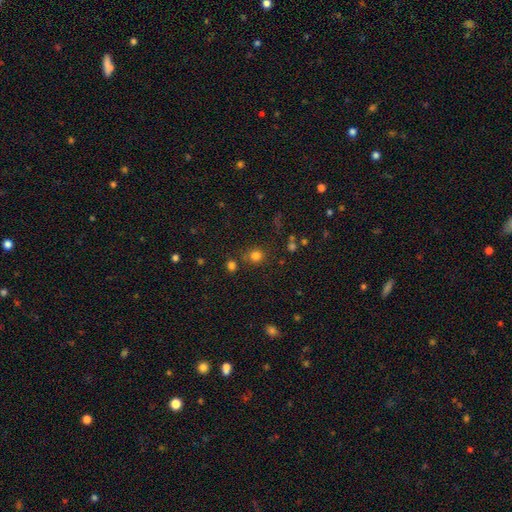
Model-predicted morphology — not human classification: This is likely a smooth galaxy (77%). How rounded: clearly round (87%). Merging: likely none (76%).